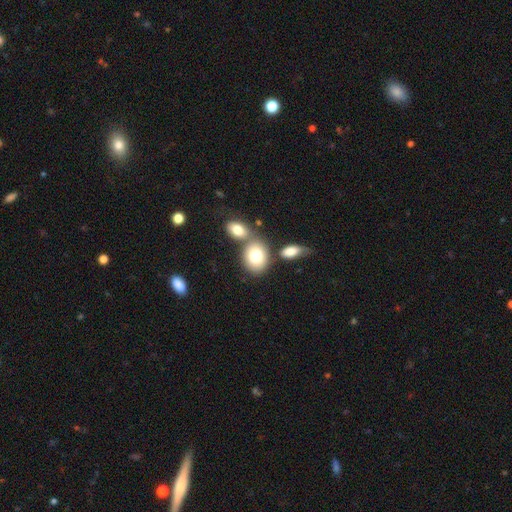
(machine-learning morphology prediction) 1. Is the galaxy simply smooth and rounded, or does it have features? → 78% smooth, 14% featured or disk, 8% star or artifact.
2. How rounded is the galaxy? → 61% in between, 38% round, 1% cigar-shaped.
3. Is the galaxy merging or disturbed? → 52% none, 33% merger, 12% minor disturbance, 4% major disturbance.